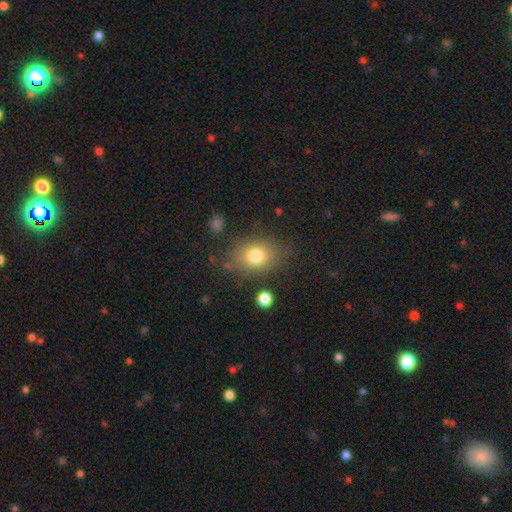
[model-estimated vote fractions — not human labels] Overall: smooth (77%). How rounded: in between (63%; round 36%). Merging: none (73%).